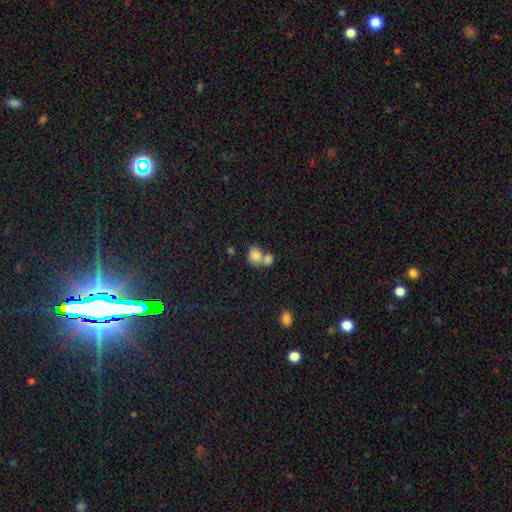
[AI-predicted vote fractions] Q: Smooth or featured?
A: smooth (81%); runner-up: featured or disk (9%)
Q: How rounded?
A: round (50%); runner-up: in between (49%)
Q: Merging?
A: merger (62%); runner-up: none (26%)